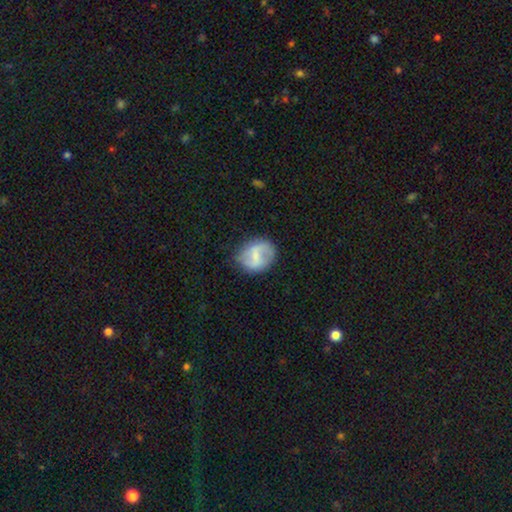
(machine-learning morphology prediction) The model was most divided on "smooth or featured": featured or disk: 49%, smooth: 44%, star or artifact: 7%. More confident: merging — none (72%).